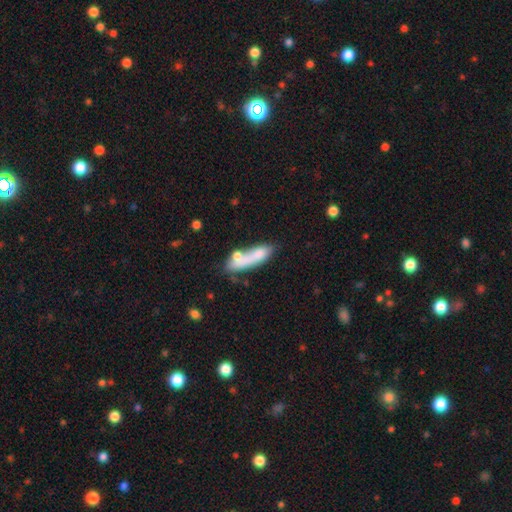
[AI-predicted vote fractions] Q: Smooth or featured?
A: smooth (69%); runner-up: featured or disk (23%)
Q: How rounded?
A: cigar-shaped (51%); runner-up: in between (45%)
Q: Merging?
A: merger (36%); runner-up: none (33%)